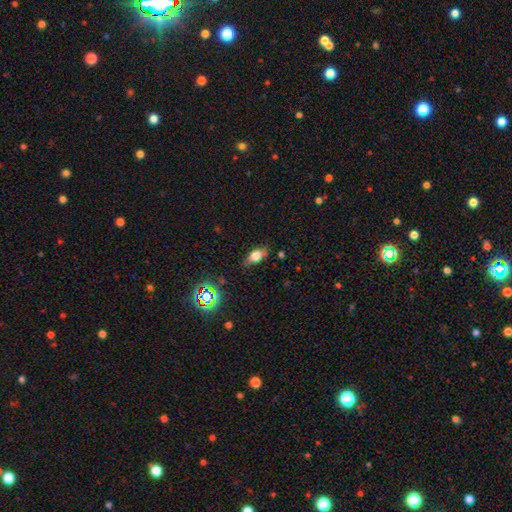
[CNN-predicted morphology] Smooth or featured?
  - smooth: 63% *
  - featured or disk: 25%
  - star or artifact: 12%
How rounded?
  - in between: 78% *
  - cigar-shaped: 14%
  - round: 8%
Merging?
  - none: 78% *
  - minor disturbance: 17%
  - major disturbance: 4%
  - merger: 2%